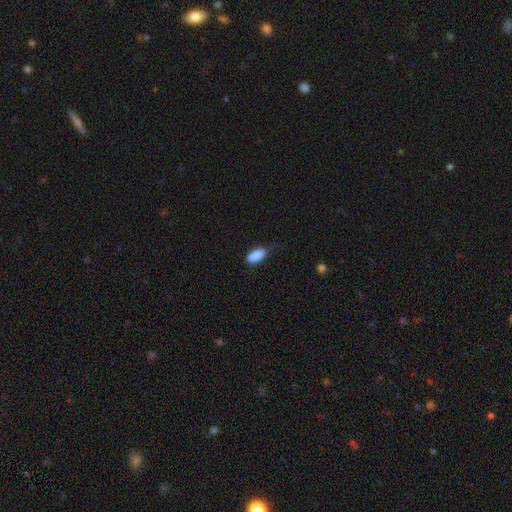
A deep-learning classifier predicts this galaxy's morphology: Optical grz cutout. It shows a smooth galaxy with no disk features (88%) that is in between round and cigar-shaped (86%). Merging: none (64%).